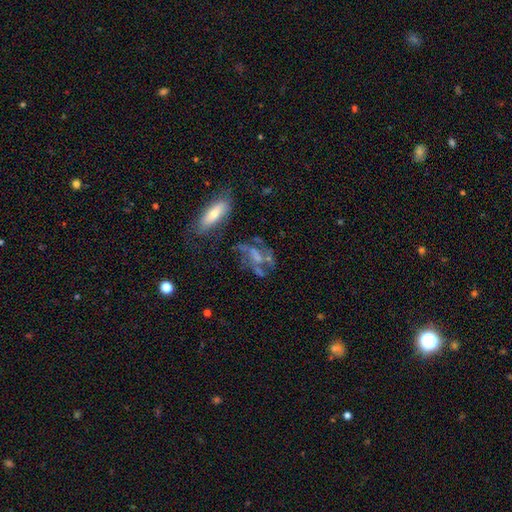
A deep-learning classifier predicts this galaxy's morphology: smooth-or-featured: featured or disk: 54% | smooth: 29% | star or artifact: 16%
  disk-edge-on: no: 91% | yes: 9%
  merging: none: 38% | major disturbance: 29% | minor disturbance: 17% | merger: 17%